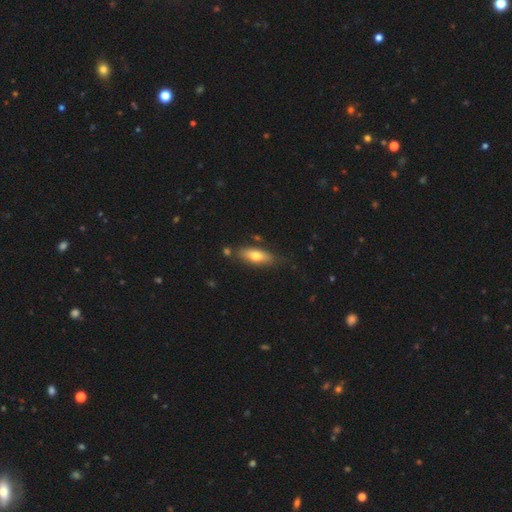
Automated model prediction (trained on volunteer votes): Smooth or featured?
  - smooth: 68% *
  - featured or disk: 26%
  - star or artifact: 6%
How rounded?
  - in between: 64% *
  - cigar-shaped: 33%
  - round: 3%
Merging?
  - none: 77% *
  - minor disturbance: 15%
  - merger: 5%
  - major disturbance: 3%